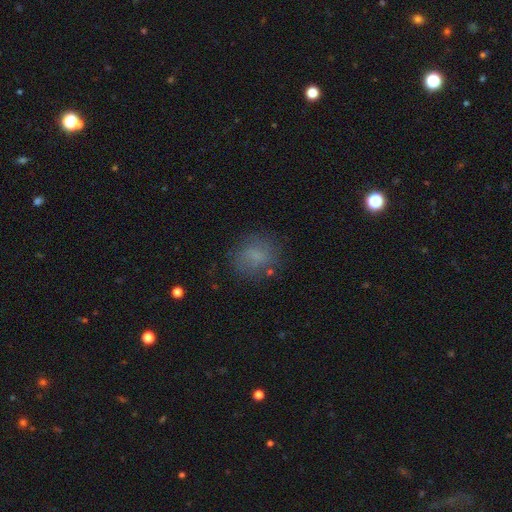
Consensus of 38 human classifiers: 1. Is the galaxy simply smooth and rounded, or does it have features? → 74% smooth, 21% featured or disk, 5% star or artifact.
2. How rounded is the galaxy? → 54% round, 43% in between, 4% cigar-shaped.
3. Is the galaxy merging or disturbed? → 67% none, 17% minor disturbance, 11% major disturbance, 6% merger.